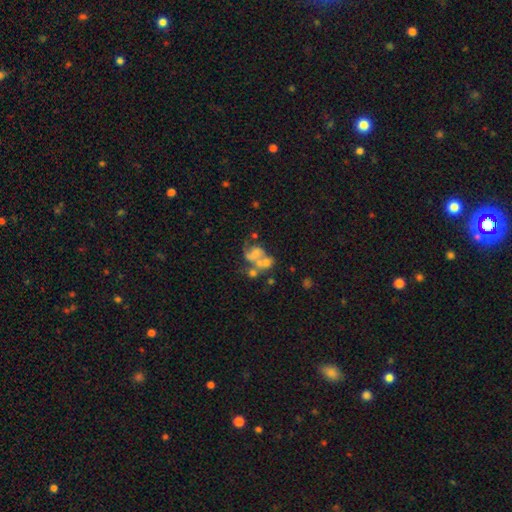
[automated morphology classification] Smooth or featured?
  - featured or disk: 58% *
  - smooth: 29%
  - star or artifact: 13%
Edge-on disk?
  - no: 98% *
  - yes: 2%
Bar?
  - no: 80% *
  - weak: 15%
  - strong: 5%
Spiral arms?
  - no: 62% *
  - yes: 38%
Bulge size?
  - none: 49% *
  - small: 22%
  - moderate: 21%
  - large: 6%
  - dominant: 2%
Merging?
  - merger: 46% *
  - major disturbance: 23%
  - none: 20%
  - minor disturbance: 12%